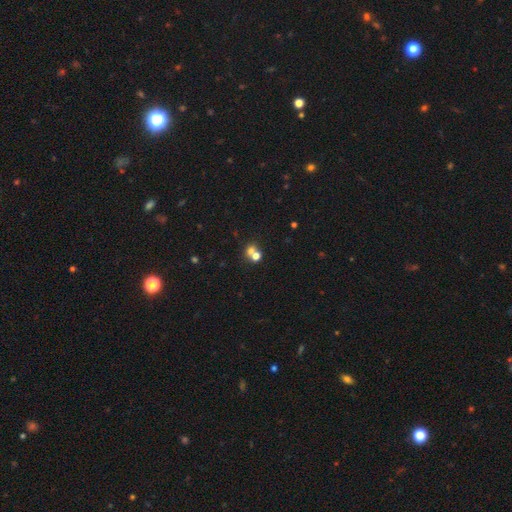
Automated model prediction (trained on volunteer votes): A smooth galaxy with no disk features (63%) that is round (75%). Merging: merger (53%).